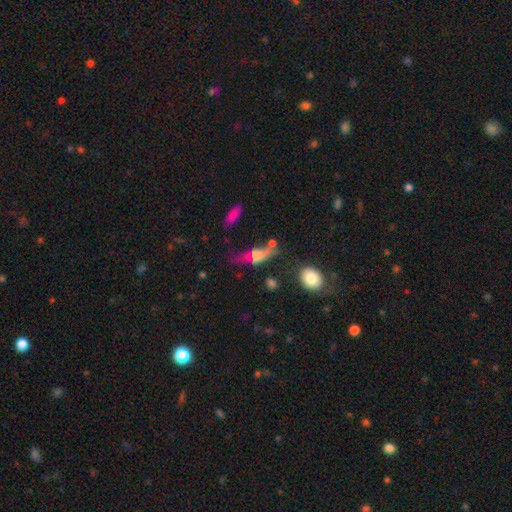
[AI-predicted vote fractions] This is possibly a smooth galaxy (55%). How rounded: possibly in between (54%). Merging: marginally none (35%).